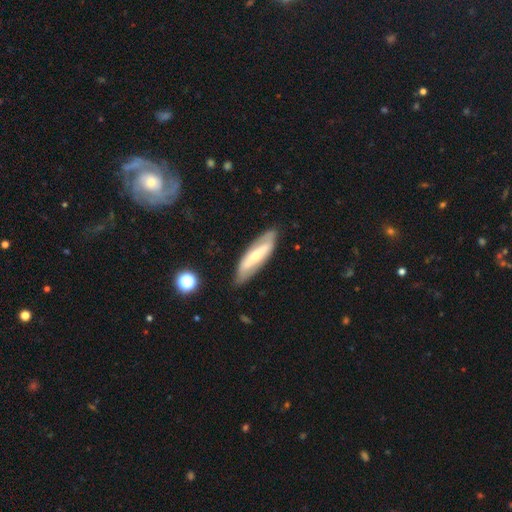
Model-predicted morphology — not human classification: featured or disk 61%, smooth 33%, star or artifact 6%. Down the decision tree: edge-on disk — no (66%); merging — none (78%).